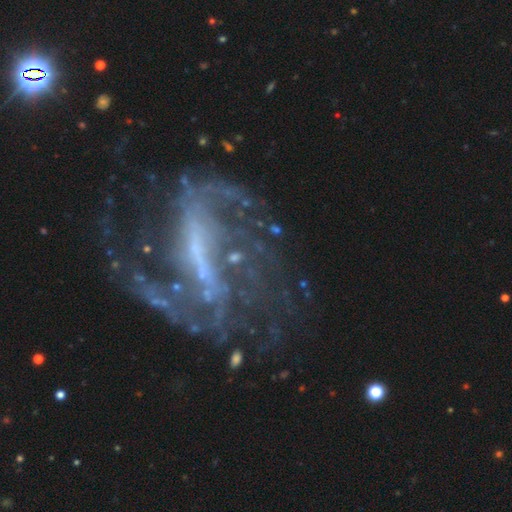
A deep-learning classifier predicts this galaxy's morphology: A featured or disk galaxy (87%) with a strong bar (59%), 2 (58%) medium (41%) spiral arms (91%) and no central bulge (43%). Merging: none (50%).